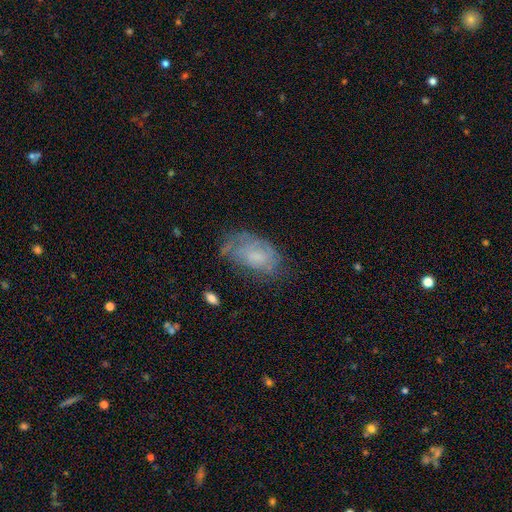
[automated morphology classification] smooth-or-featured: smooth: 46% | featured or disk: 45% | star or artifact: 10%
  merging: none: 52% | minor disturbance: 29% | major disturbance: 16% | merger: 2%